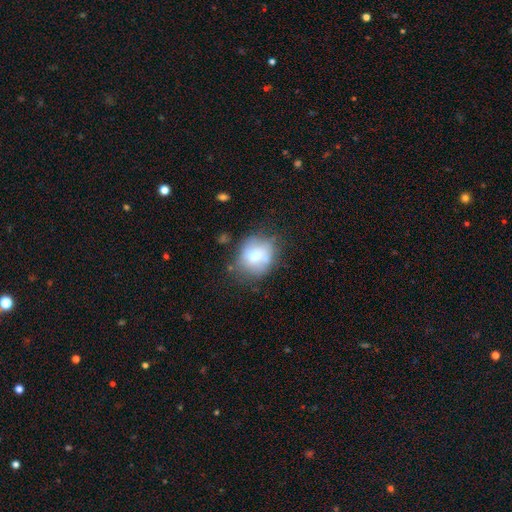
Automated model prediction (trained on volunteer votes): Smooth or featured? Predicted: smooth (p=0.60). How rounded? Predicted: round (p=0.70). Merging? Predicted: none (p=0.57).